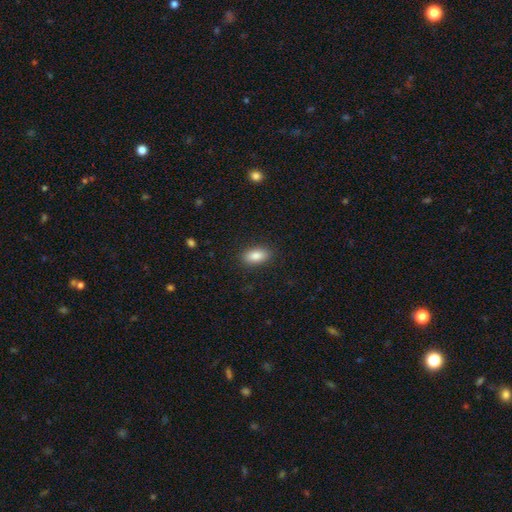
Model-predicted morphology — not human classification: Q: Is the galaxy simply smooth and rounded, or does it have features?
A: smooth — 86%.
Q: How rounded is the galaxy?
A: in between — 90%.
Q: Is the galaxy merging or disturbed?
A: none — 88%.